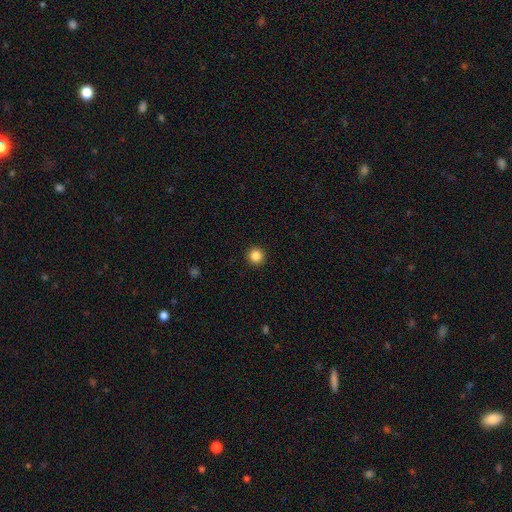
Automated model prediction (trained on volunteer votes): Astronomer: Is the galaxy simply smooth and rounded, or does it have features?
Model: smooth — 86%.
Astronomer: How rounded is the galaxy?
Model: round — 96%.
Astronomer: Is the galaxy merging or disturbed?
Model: none — 93%.